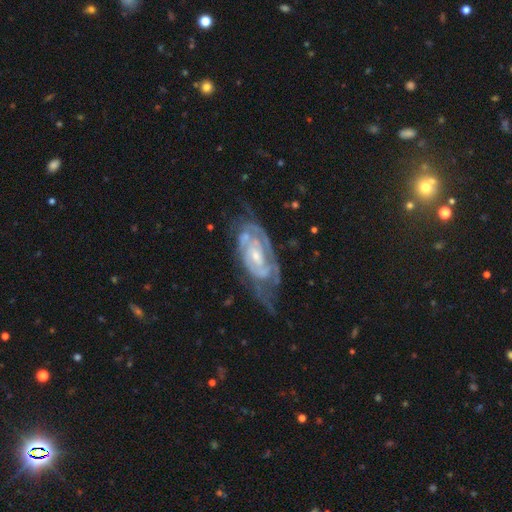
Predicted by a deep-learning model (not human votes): This appears to be a featured or disk galaxy (87%) with no bar (53%), 2 (47%) tight (68%) spiral arms (93%) and a small central bulge (57%). Merging: none (50%).